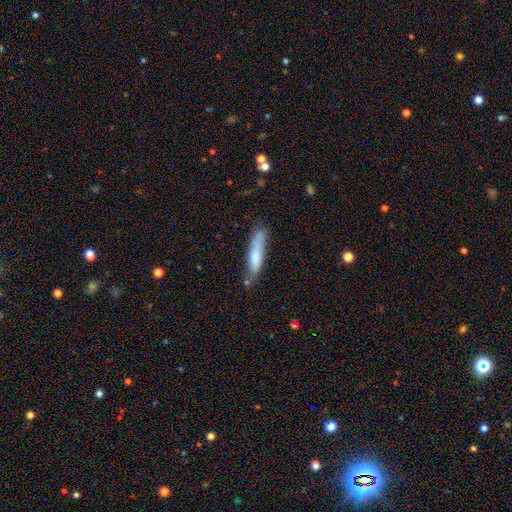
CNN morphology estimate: A smooth galaxy with no disk features (74%) that is cigar-shaped (85%). Merging: none (64%).